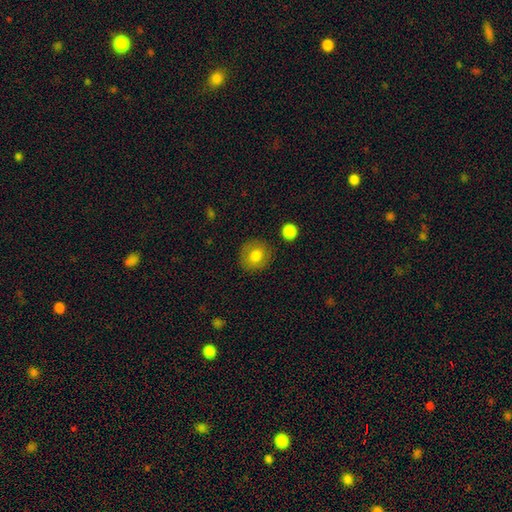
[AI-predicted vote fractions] A smooth galaxy with no disk features (78%) that is round (87%).

Vote fractions:
- Smooth or featured? smooth: 78% / featured or disk: 14% / star or artifact: 8%
- How rounded? round: 87% / in between: 12% / cigar-shaped: 1%
- Merging? none: 87% / minor disturbance: 9% / major disturbance: 3% / merger: 2%